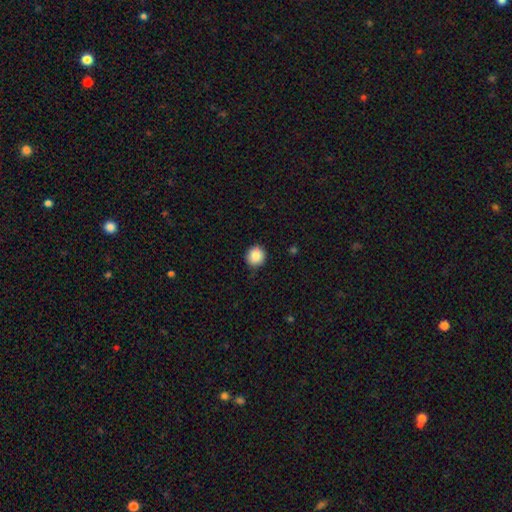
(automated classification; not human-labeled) This is clearly a smooth galaxy (87%). How rounded: clearly round (91%). Merging: clearly none (88%).